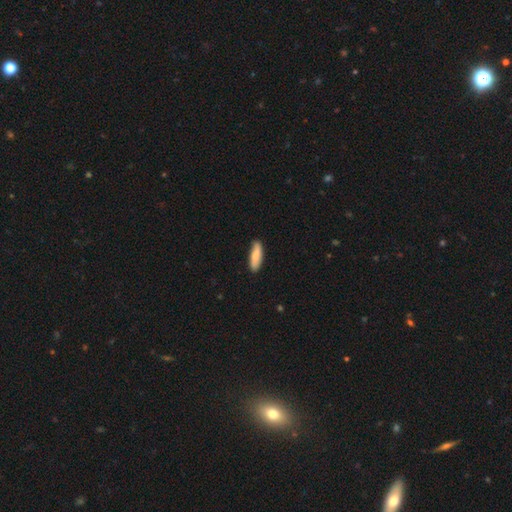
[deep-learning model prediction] This appears to be a smooth galaxy with no disk features (77%) that is cigar-shaped (56%). Merging: none (85%).